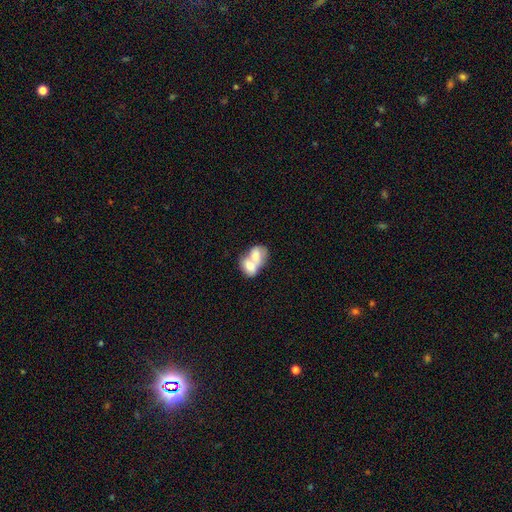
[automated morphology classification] A smooth galaxy with no disk features (67%) that is in between round and cigar-shaped (78%).

Vote fractions:
- Smooth or featured? smooth: 67% / featured or disk: 27% / star or artifact: 7%
- How rounded? in between: 78% / round: 20% / cigar-shaped: 1%
- Merging? merger: 82% / none: 9% / minor disturbance: 5% / major disturbance: 4%